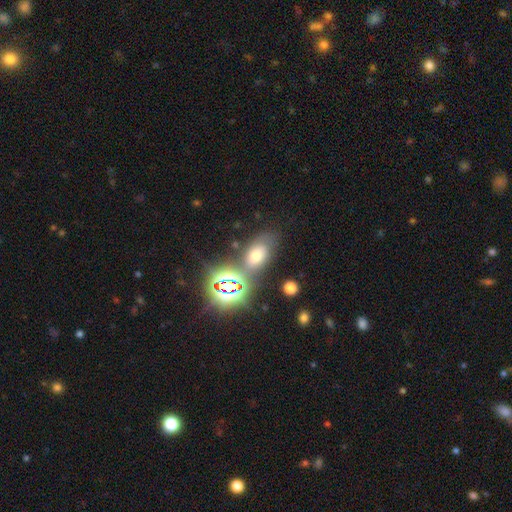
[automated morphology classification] smooth_or_featured: smooth (p=0.55) [alt: star or artifact p=0.29]
how_rounded: in between (p=0.83) [alt: round p=0.15]
merging: none (p=0.66) [alt: minor disturbance p=0.15]